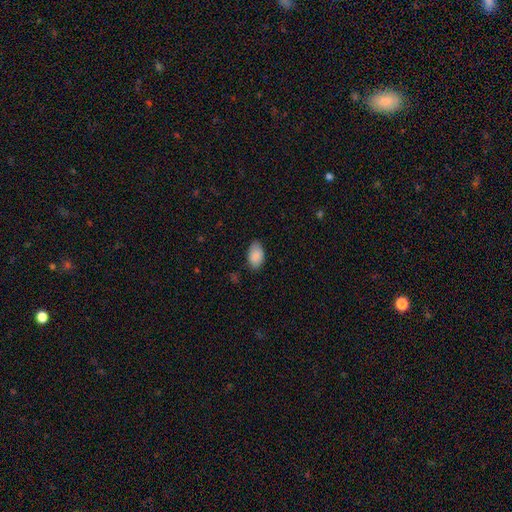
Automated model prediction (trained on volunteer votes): Smooth or featured? Predicted: smooth (p=0.89). How rounded? Predicted: in between (p=0.94). Merging? Predicted: none (p=0.80).